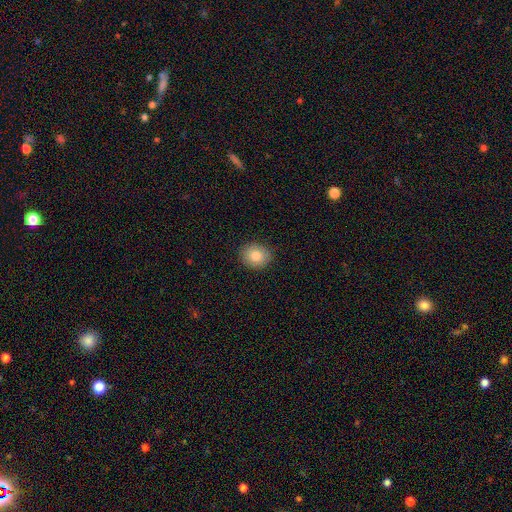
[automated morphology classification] Smooth or featured: smooth — 83% (featured or disk — 9%)
How rounded: round — 67% (in between — 32%)
Merging: none — 89% (minor disturbance — 8%)